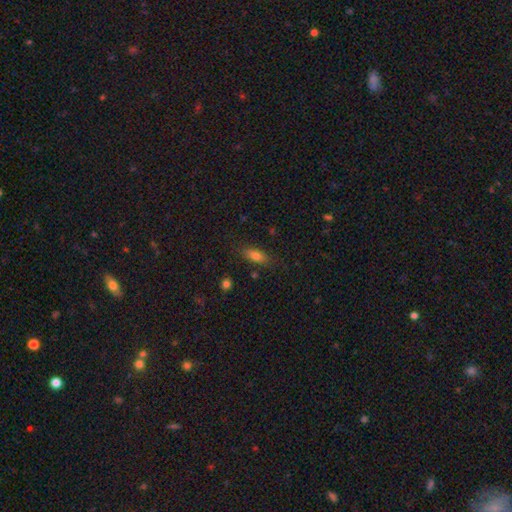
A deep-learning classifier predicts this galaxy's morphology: A smooth galaxy with no disk features (76%) that is in between round and cigar-shaped (75%).

Vote fractions:
- Smooth or featured? smooth: 76% / featured or disk: 15% / star or artifact: 9%
- How rounded? in between: 75% / cigar-shaped: 21% / round: 4%
- Merging? none: 80% / minor disturbance: 14% / major disturbance: 4% / merger: 2%